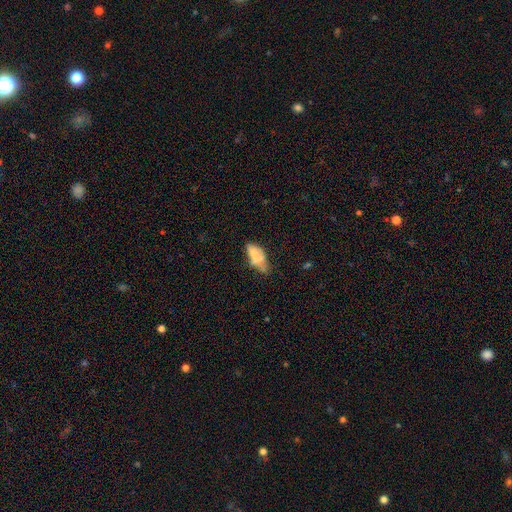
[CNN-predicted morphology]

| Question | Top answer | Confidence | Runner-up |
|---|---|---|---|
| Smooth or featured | smooth | 61% | featured or disk (29%) |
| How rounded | in between | 82% | cigar-shaped (15%) |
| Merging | minor disturbance | 33% | none (32%) |